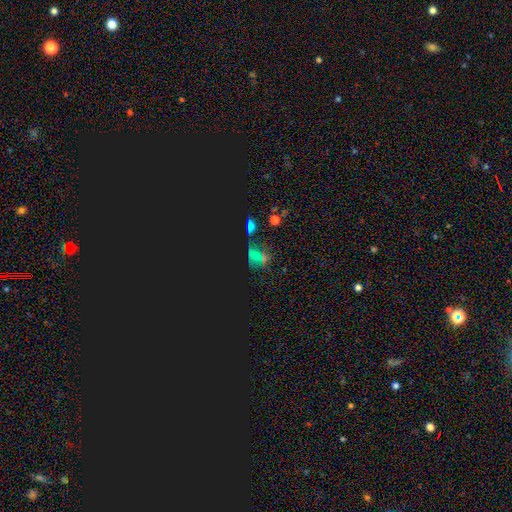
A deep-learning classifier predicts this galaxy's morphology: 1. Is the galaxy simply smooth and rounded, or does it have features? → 59% star or artifact, 27% smooth, 15% featured or disk.